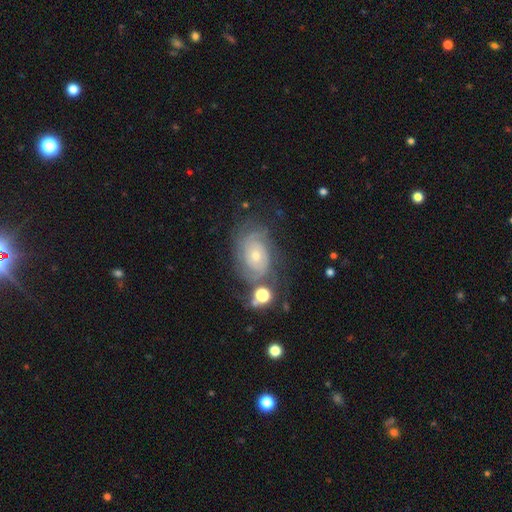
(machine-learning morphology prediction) The model was most divided on "bulge size": small: 57%, moderate: 39%, large: 2%, none: 1%, dominant: 1%. Remaining: edge-on disk — no (96%); spiral arms — yes (92%); smooth or featured — featured or disk (78%); bar — no (78%); spiral winding — tight (70%); merging — none (63%); spiral arm count — can't tell (45%).